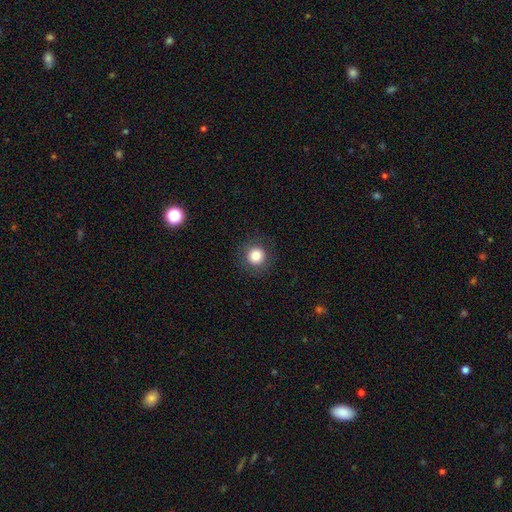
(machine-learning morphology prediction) type=smooth (83%); roundness=round (94%); merging=none (90%).